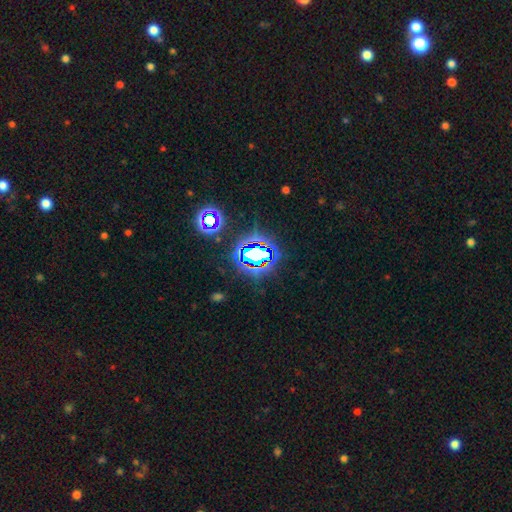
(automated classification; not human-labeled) A star or artifact, not a galaxy (70%).

Vote fractions:
- Smooth or featured? star or artifact: 70% / smooth: 17% / featured or disk: 13%